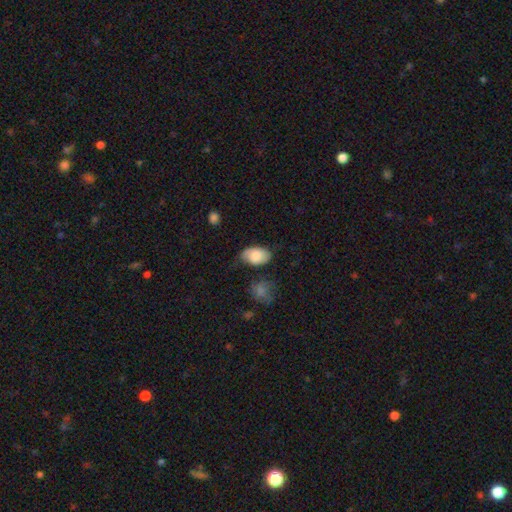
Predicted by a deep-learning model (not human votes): Overall: smooth (75%). How rounded: in between (89%). Merging: none (54%; minor disturbance 31%).